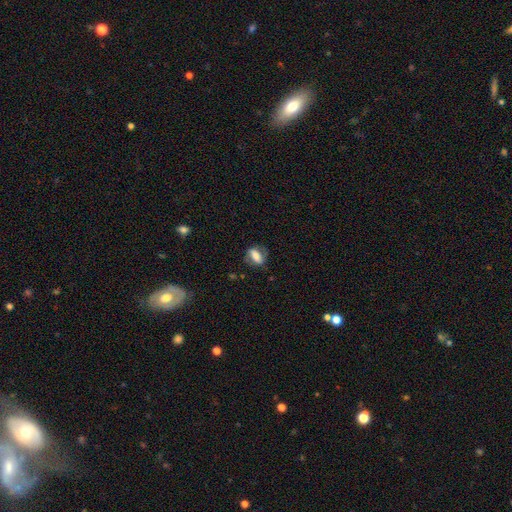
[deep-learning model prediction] Smooth or featured? Predicted: smooth (p=0.52). How rounded? Predicted: in between (p=0.77). Merging? Predicted: none (p=0.68).